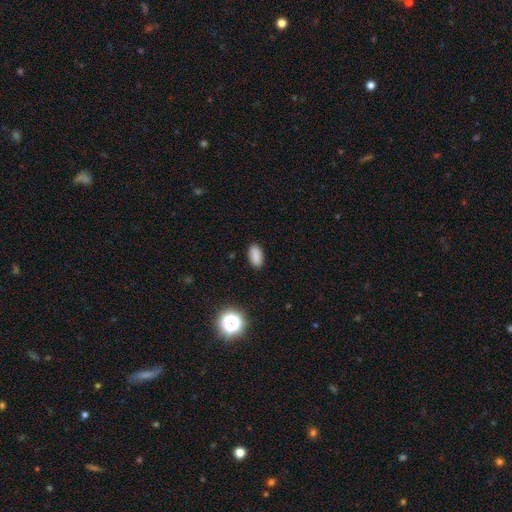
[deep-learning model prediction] This appears to be a smooth galaxy with no disk features (85%) that is in between round and cigar-shaped (91%). Merging: none (87%).